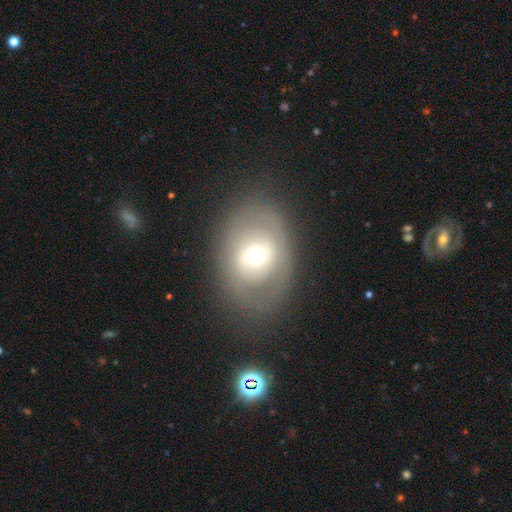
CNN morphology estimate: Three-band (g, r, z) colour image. It shows a smooth galaxy with no disk features (49%). Merging: none (76%).